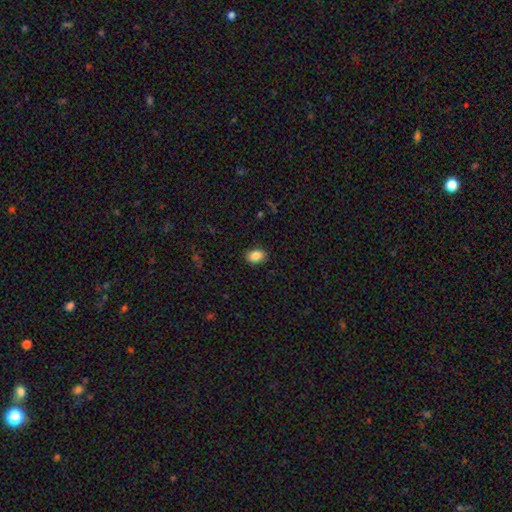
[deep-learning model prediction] This is clearly a smooth galaxy (86%). How rounded: likely in between (79%). Merging: clearly none (87%).